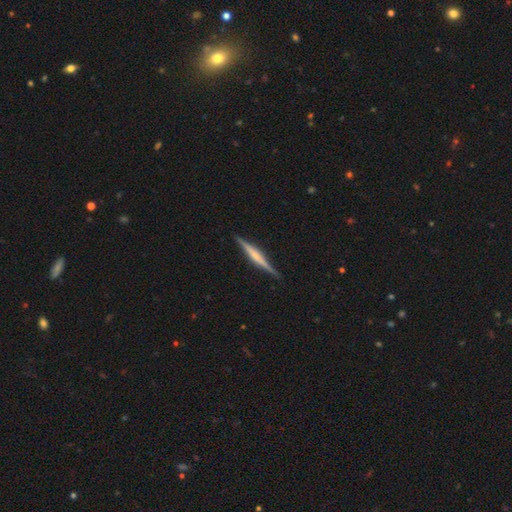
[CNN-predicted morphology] Smooth or featured? featured or disk (72%)
Edge-on disk? yes (98%)
Edge-on bulge? rounded (51%)
Merging? none (90%)